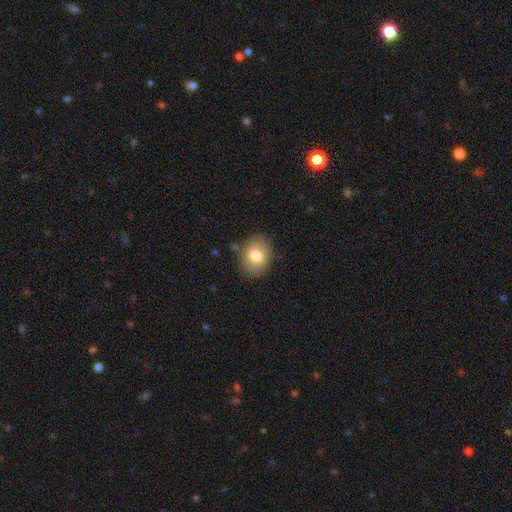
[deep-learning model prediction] Smooth or featured?
  - smooth: 77% *
  - featured or disk: 14%
  - star or artifact: 9%
How rounded?
  - in between: 58% *
  - round: 41%
  - cigar-shaped: 1%
Merging?
  - none: 82% *
  - minor disturbance: 13%
  - major disturbance: 4%
  - merger: 2%